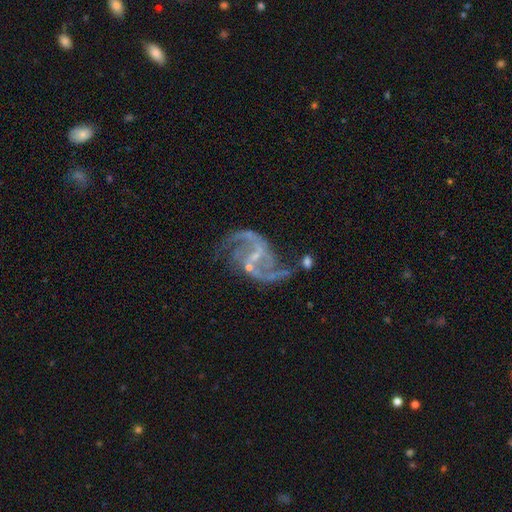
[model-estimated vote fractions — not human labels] This appears to be a featured or disk galaxy (92%) with a weak bar (49%), 2 (92%) loose (56%) spiral arms (97%) and a small central bulge (64%). Merging: none (54%).